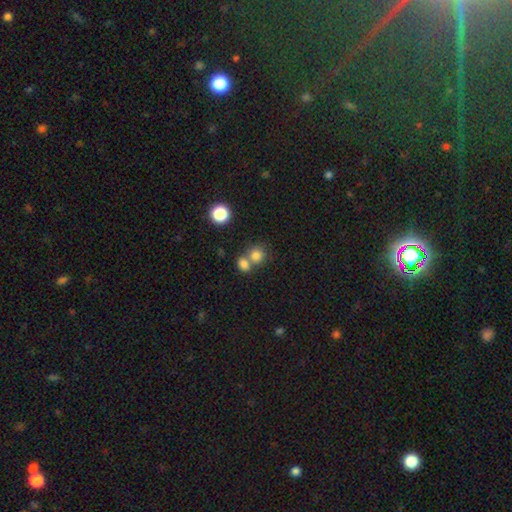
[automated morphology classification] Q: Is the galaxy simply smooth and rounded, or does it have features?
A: smooth — 79%.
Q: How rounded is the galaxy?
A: round — 80%.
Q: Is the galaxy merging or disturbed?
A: merger — 45%, tied with none.